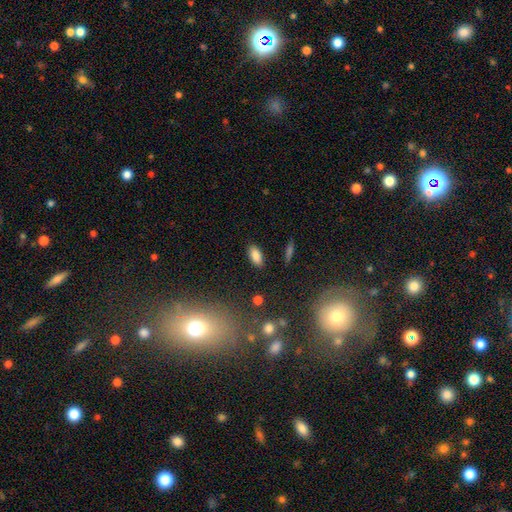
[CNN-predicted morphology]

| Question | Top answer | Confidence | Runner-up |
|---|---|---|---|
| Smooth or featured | smooth | 85% | star or artifact (9%) |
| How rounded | in between | 89% | cigar-shaped (7%) |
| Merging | none | 86% | minor disturbance (9%) |